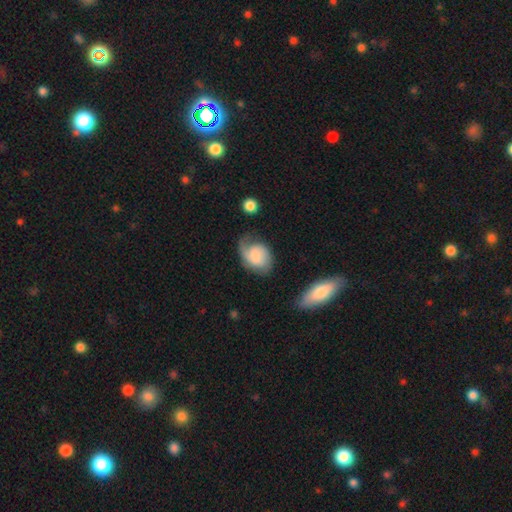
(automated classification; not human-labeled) Smooth or featured?
  - featured or disk: 48% *
  - smooth: 45%
  - star or artifact: 7%
Merging?
  - none: 44% *
  - minor disturbance: 31%
  - major disturbance: 21%
  - merger: 4%